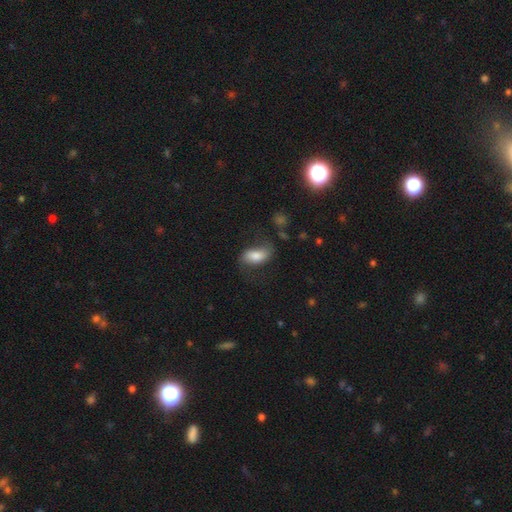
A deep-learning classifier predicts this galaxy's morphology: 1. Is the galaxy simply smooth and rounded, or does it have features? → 61% smooth, 31% featured or disk, 8% star or artifact.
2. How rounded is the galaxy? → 89% in between, 6% cigar-shaped, 5% round.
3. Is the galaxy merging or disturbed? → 58% none, 22% minor disturbance, 18% major disturbance, 3% merger.